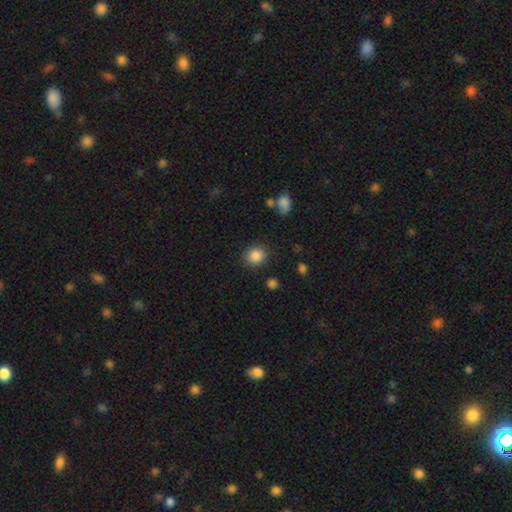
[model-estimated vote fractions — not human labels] This is clearly a smooth galaxy (86%). How rounded: clearly round (81%). Merging: clearly none (87%).